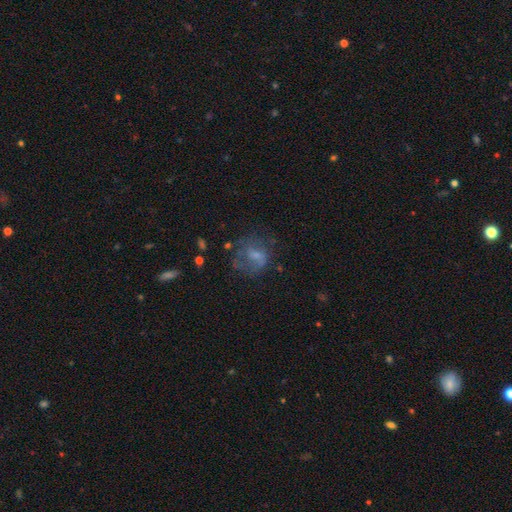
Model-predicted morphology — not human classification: This is marginally a smooth galaxy (44%). Merging: marginally none (42%).